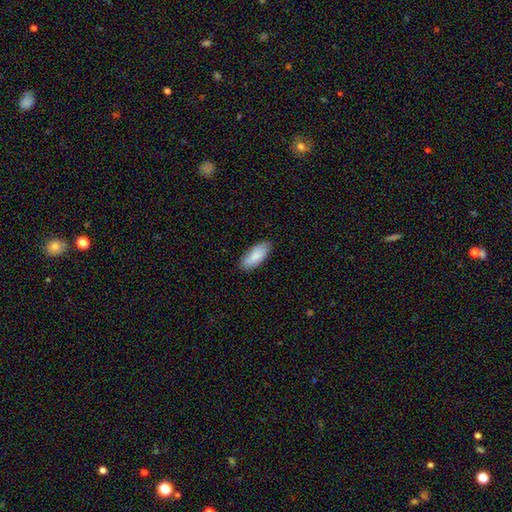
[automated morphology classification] A smooth galaxy with no disk features (85%) that is in between round and cigar-shaped (82%). Merging: none (86%).